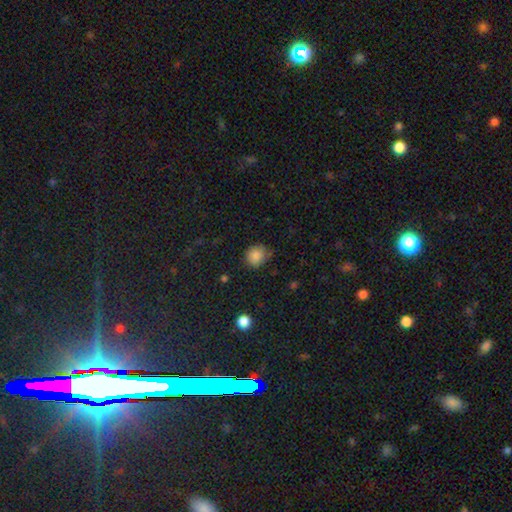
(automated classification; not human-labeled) Smooth or featured? smooth (85%)
How rounded? round (81%)
Merging? none (70%)